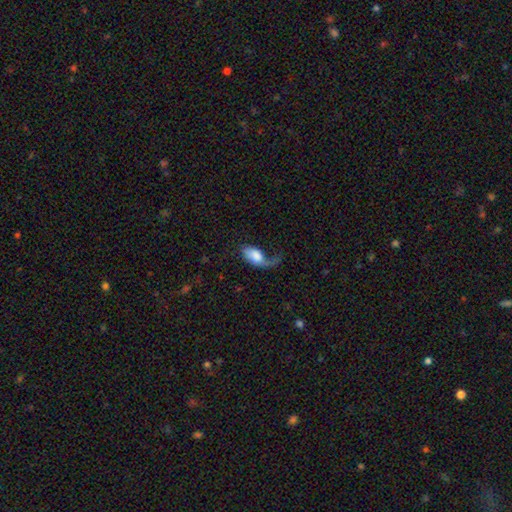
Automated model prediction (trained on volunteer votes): Overall: smooth (64%; featured or disk 29%). How rounded: in between (91%). Merging: major disturbance (53%; none 22%).